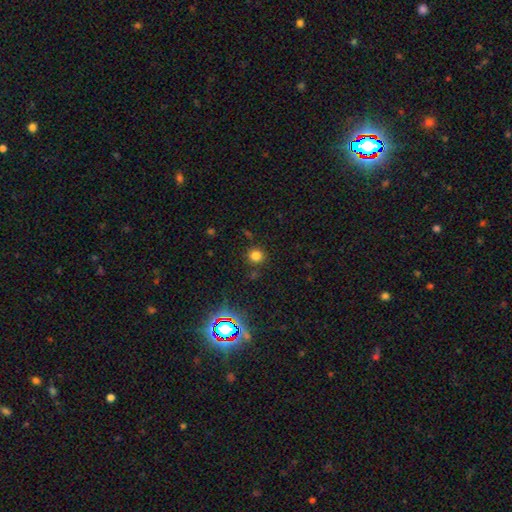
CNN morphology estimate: A smooth galaxy with no disk features (76%) that is round (92%). Merging: none (86%).